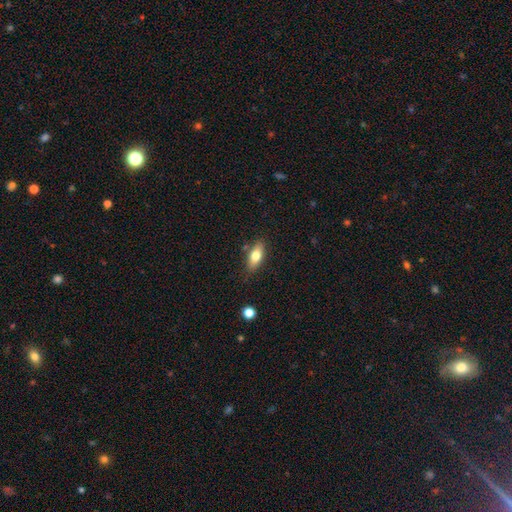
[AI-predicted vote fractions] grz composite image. It shows a smooth galaxy with no disk features (73%) that is in between round and cigar-shaped (79%). Merging: none (80%).